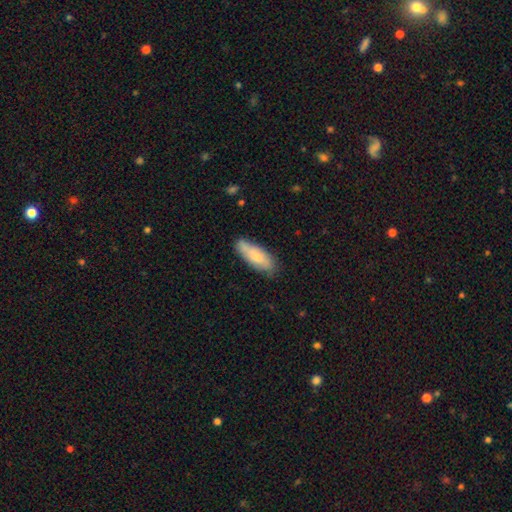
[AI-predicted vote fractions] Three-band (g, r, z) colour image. It shows a smooth galaxy with no disk features (71%) that is in between round and cigar-shaped (65%). Merging: none (71%).